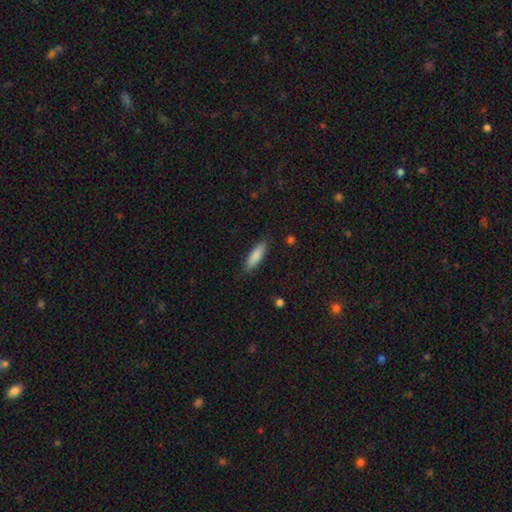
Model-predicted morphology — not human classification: Q: Smooth or featured?
A: smooth (84%); runner-up: featured or disk (9%)
Q: How rounded?
A: cigar-shaped (61%); runner-up: in between (38%)
Q: Merging?
A: none (85%); runner-up: minor disturbance (11%)